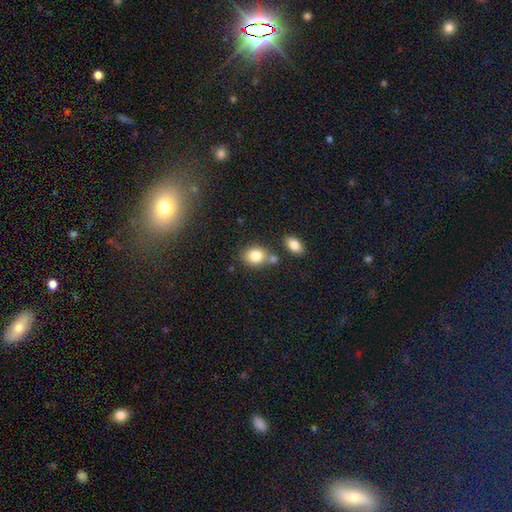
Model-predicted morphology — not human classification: A smooth galaxy with no disk features (82%) that is in between round and cigar-shaped (51%). Merging: none (62%).